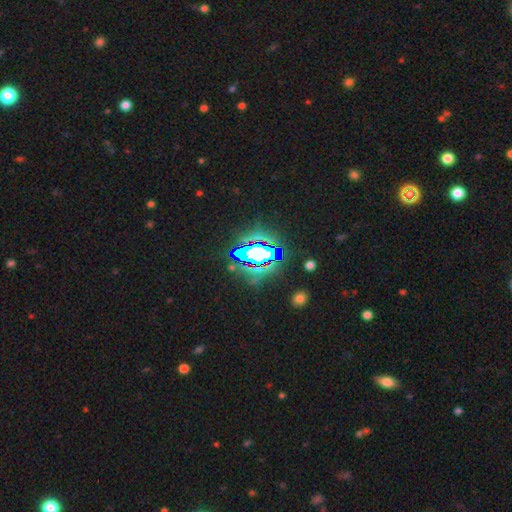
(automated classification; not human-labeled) Smooth or featured? star or artifact (68%)